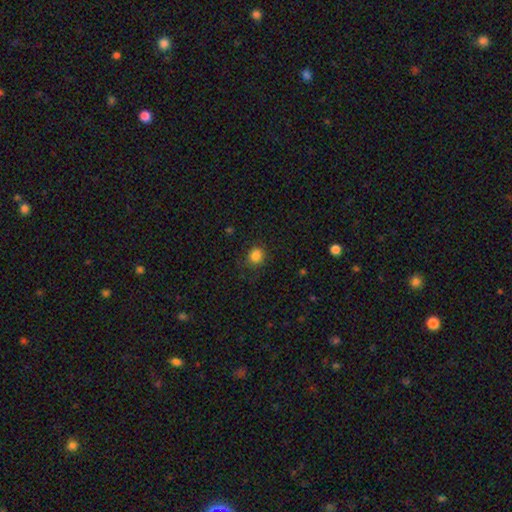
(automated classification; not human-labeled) smooth-or-featured: smooth: 85% | star or artifact: 11% | featured or disk: 4%
  how-rounded: round: 84% | in between: 15% | cigar-shaped: 1%
  merging: none: 83% | minor disturbance: 12% | major disturbance: 4% | merger: 1%